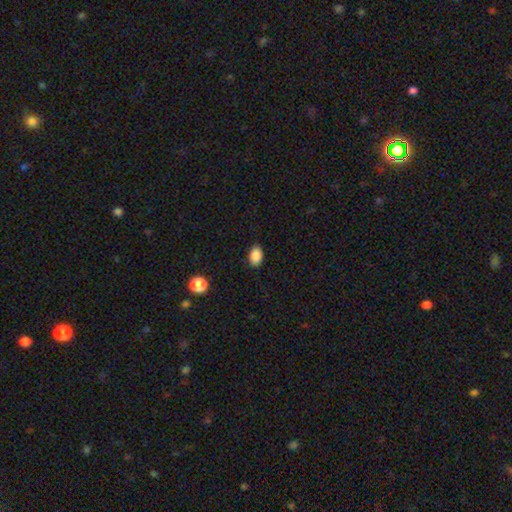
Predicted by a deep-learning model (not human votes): smooth 88%, star or artifact 9%, featured or disk 4%. Down the decision tree: how rounded — in between (81%); merging — none (87%).